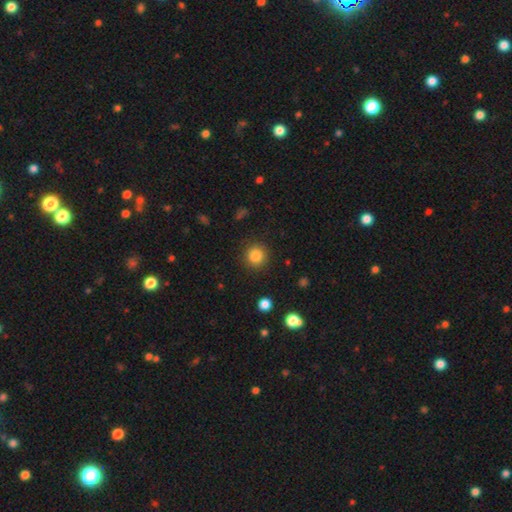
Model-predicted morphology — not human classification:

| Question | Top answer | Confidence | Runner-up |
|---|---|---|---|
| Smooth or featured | smooth | 84% | star or artifact (11%) |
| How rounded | round | 94% | in between (5%) |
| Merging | none | 90% | minor disturbance (6%) |